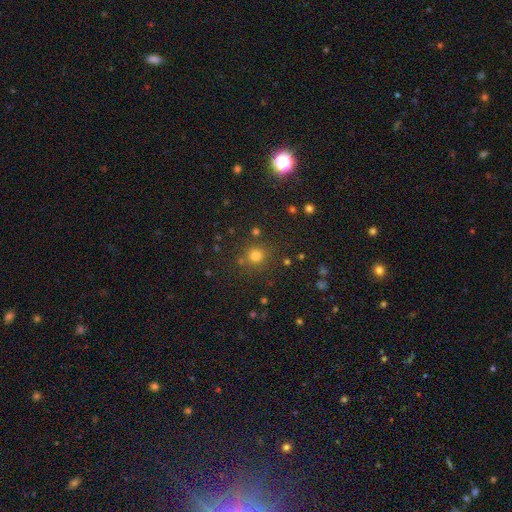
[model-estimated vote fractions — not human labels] Smooth or featured?
  - smooth: 75% *
  - star or artifact: 19%
  - featured or disk: 6%
How rounded?
  - round: 92% *
  - in between: 7%
  - cigar-shaped: 1%
Merging?
  - none: 82% *
  - minor disturbance: 9%
  - merger: 6%
  - major disturbance: 4%